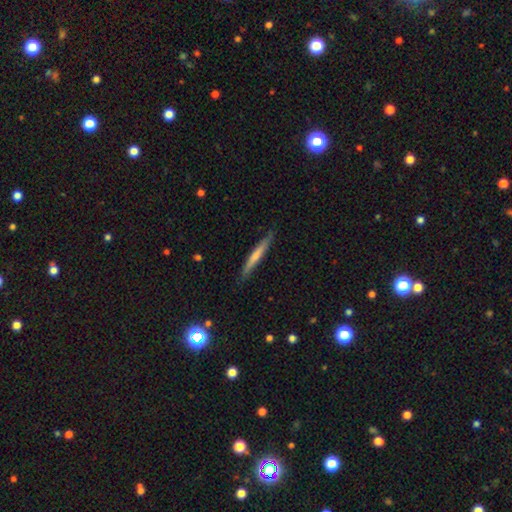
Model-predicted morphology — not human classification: smooth_or_featured: smooth (p=0.60) [alt: featured or disk p=0.34]
how_rounded: cigar-shaped (p=0.95) [alt: in between p=0.04]
merging: none (p=0.83) [alt: minor disturbance p=0.13]